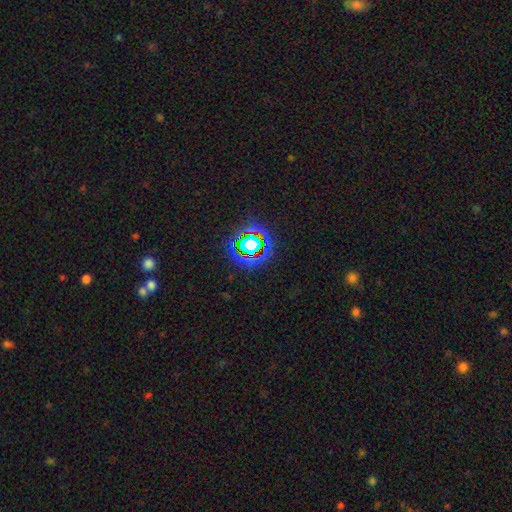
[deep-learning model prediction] Q: Smooth or featured?
A: star or artifact (73%); runner-up: smooth (17%)